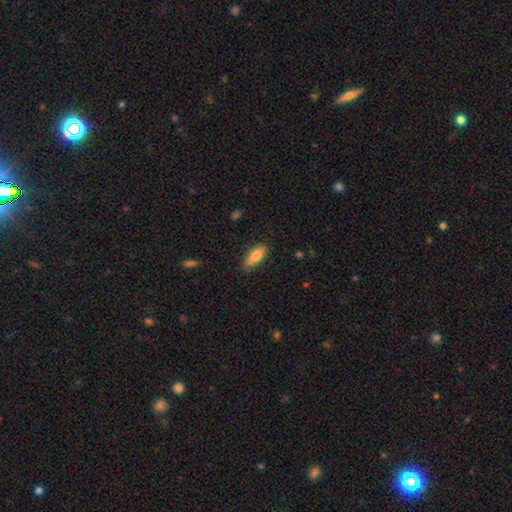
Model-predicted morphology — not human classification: A smooth galaxy with no disk features (81%) that is in between round and cigar-shaped (62%). Merging: none (81%).